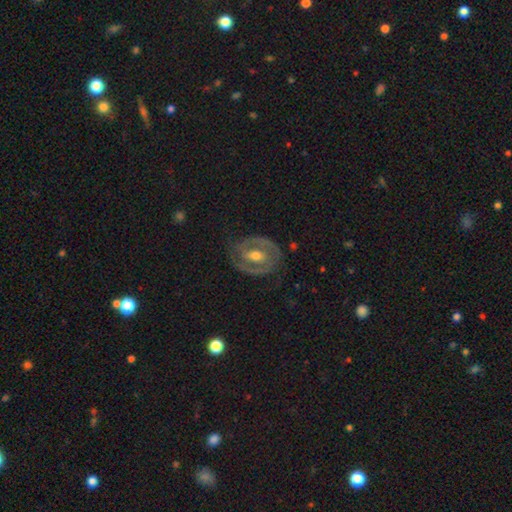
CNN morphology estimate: Q: Smooth or featured?
A: featured or disk (81%); runner-up: smooth (14%)
Q: Edge-on disk?
A: no (96%); runner-up: yes (4%)
Q: Bar?
A: weak (41%); runner-up: no (31%)
Q: Spiral arms?
A: yes (75%); runner-up: no (25%)
Q: Spiral winding?
A: tight (54%); runner-up: medium (36%)
Q: Spiral arm count?
A: 2 (78%); runner-up: can't tell (10%)
Q: Bulge size?
A: moderate (70%); runner-up: small (21%)
Q: Merging?
A: none (77%); runner-up: minor disturbance (15%)